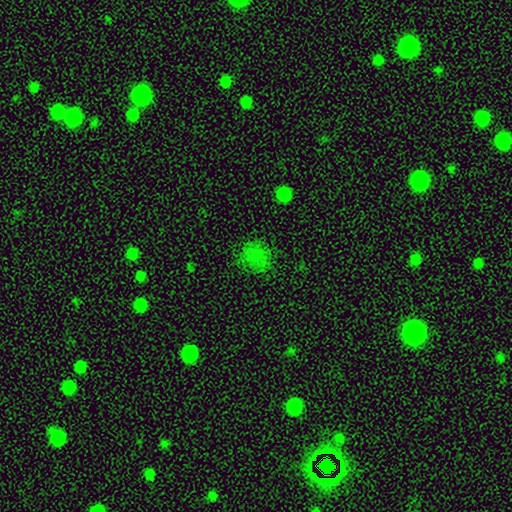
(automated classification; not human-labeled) smooth_or_featured: smooth (p=0.68) [alt: star or artifact p=0.25]
how_rounded: round (p=0.83) [alt: in between p=0.16]
merging: none (p=0.75) [alt: minor disturbance p=0.16]